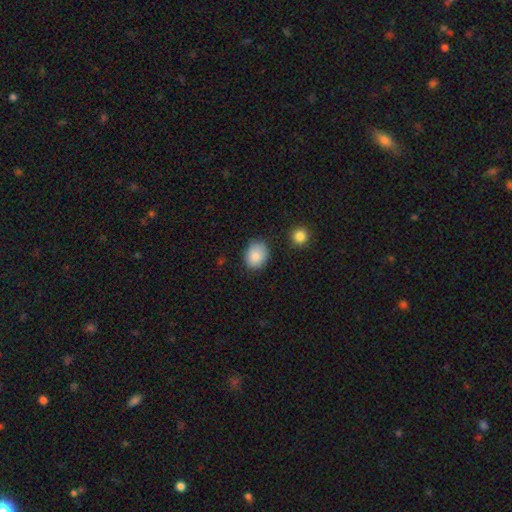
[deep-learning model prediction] A smooth galaxy with no disk features (87%) that is in between round and cigar-shaped (54%). Merging: none (81%).